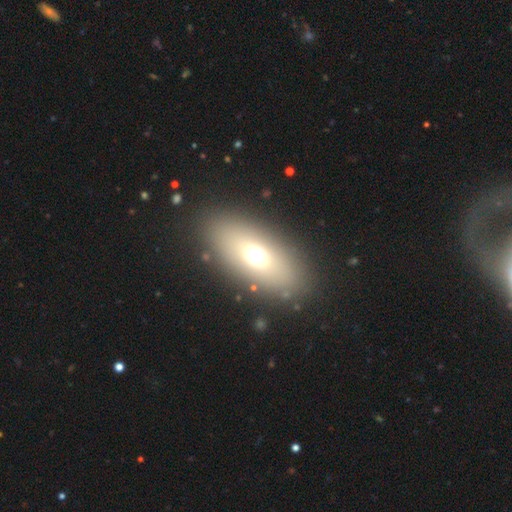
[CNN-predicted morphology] A smooth galaxy with no disk features (64%) that is in between round and cigar-shaped (81%). Merging: none (85%).